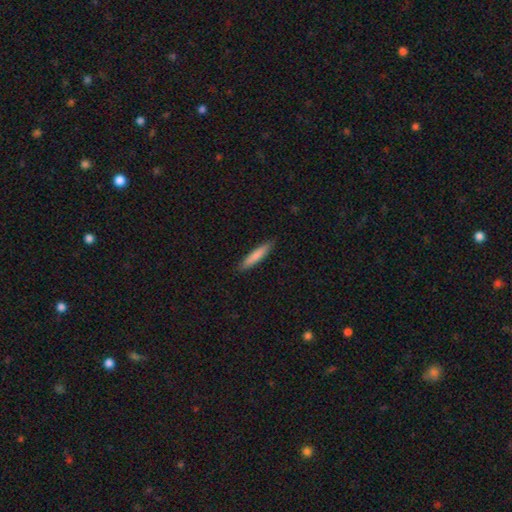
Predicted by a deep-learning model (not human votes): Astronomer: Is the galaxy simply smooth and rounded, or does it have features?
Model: smooth — 80%.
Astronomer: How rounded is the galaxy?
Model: cigar-shaped — 89%.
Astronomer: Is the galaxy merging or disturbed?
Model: none — 89%.